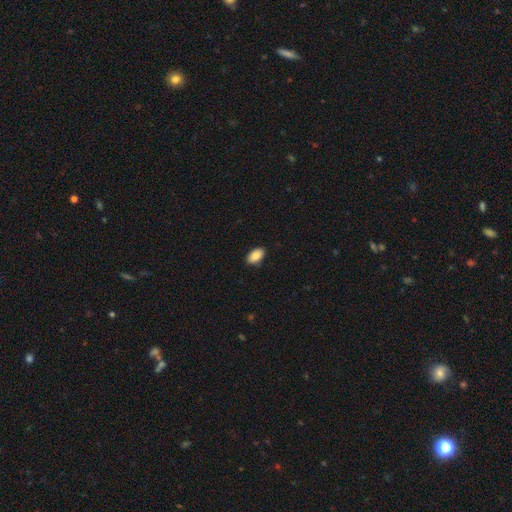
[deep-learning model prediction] smooth 88%, star or artifact 7%, featured or disk 5%. Down the decision tree: how rounded — in between (93%); merging — none (88%).